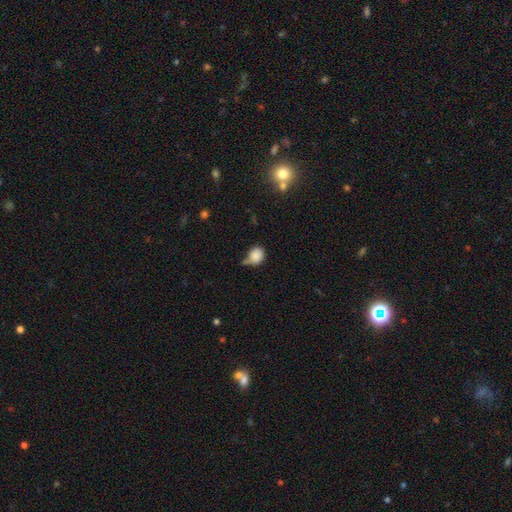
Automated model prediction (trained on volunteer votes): Overall: smooth (85%). How rounded: round (69%; in between 29%). Merging: none (45%; minor disturbance 30%).